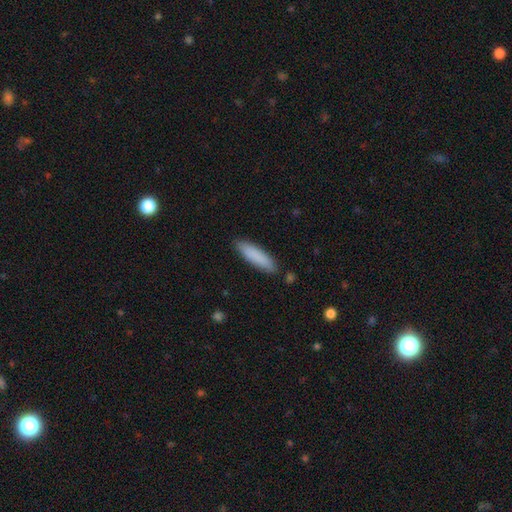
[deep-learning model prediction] smooth-or-featured: smooth: 86% | featured or disk: 8% | star or artifact: 6%
  how-rounded: cigar-shaped: 72% | in between: 27% | round: 1%
  merging: none: 87% | minor disturbance: 10% | major disturbance: 2% | merger: 2%